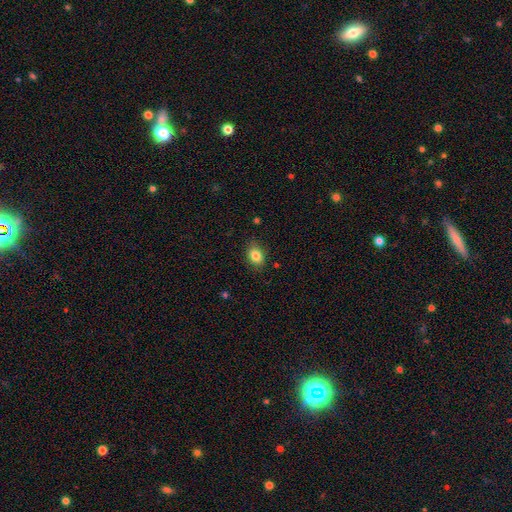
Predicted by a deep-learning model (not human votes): This appears to be a smooth galaxy with no disk features (84%) that is in between round and cigar-shaped (68%). Merging: none (83%).